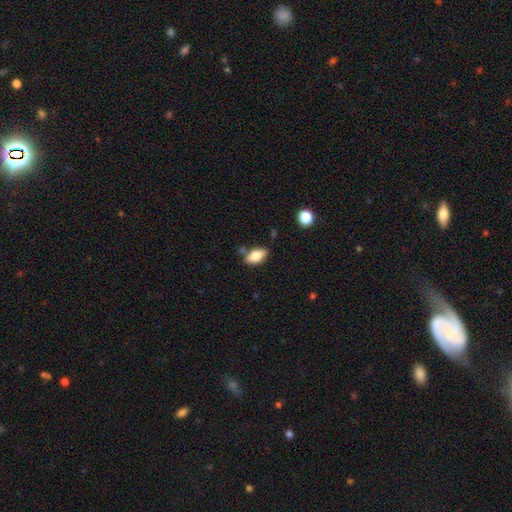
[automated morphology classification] smooth-or-featured: smooth: 77% | featured or disk: 15% | star or artifact: 8%
  how-rounded: in between: 89% | cigar-shaped: 6% | round: 5%
  merging: none: 72% | minor disturbance: 17% | merger: 8% | major disturbance: 4%